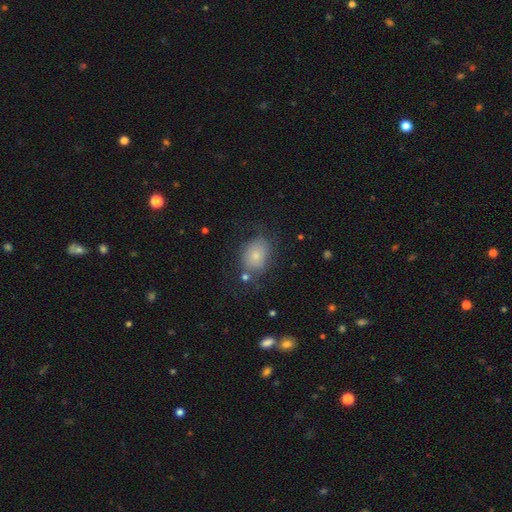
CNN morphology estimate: Smooth or featured?
  - smooth: 73% *
  - featured or disk: 17%
  - star or artifact: 10%
How rounded?
  - in between: 63% *
  - round: 36%
  - cigar-shaped: 1%
Merging?
  - none: 63% *
  - minor disturbance: 21%
  - major disturbance: 12%
  - merger: 4%